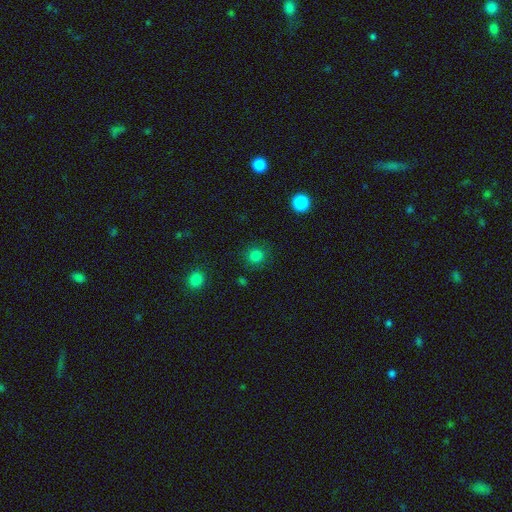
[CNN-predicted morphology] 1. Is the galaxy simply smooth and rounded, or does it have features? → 82% smooth, 14% star or artifact, 4% featured or disk.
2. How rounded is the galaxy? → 90% round, 9% in between, 1% cigar-shaped.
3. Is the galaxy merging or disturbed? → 86% none, 9% minor disturbance, 3% major disturbance, 2% merger.